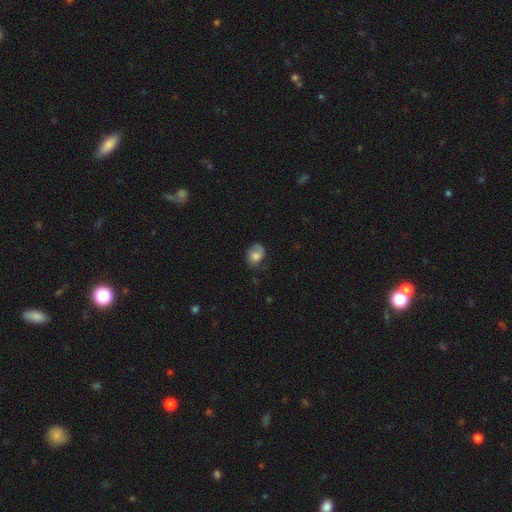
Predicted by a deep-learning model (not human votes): This is likely a smooth galaxy (67%). How rounded: possibly in between (53%). Merging: possibly none (55%).